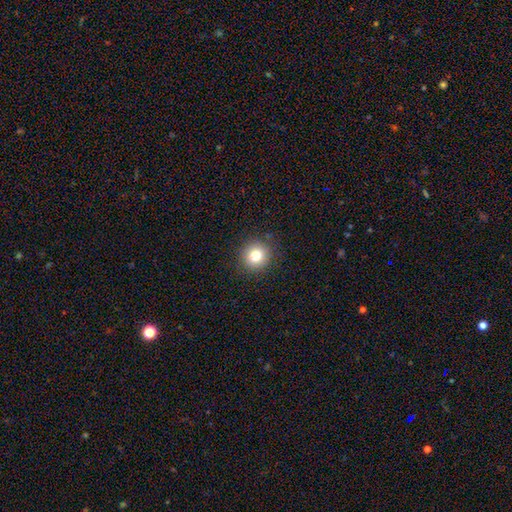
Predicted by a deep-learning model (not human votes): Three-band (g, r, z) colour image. It shows a smooth galaxy with no disk features (79%) that is round (91%). Merging: none (90%).